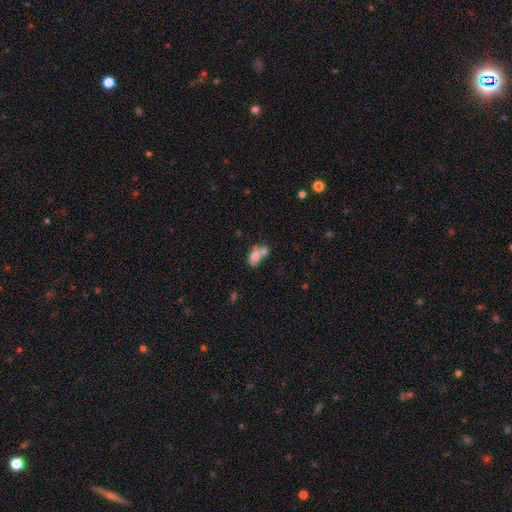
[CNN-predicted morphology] The model was most divided on "how rounded": in between: 68%, round: 30%, cigar-shaped: 2%. More confident: smooth or featured — smooth (69%); merging — merger (62%).